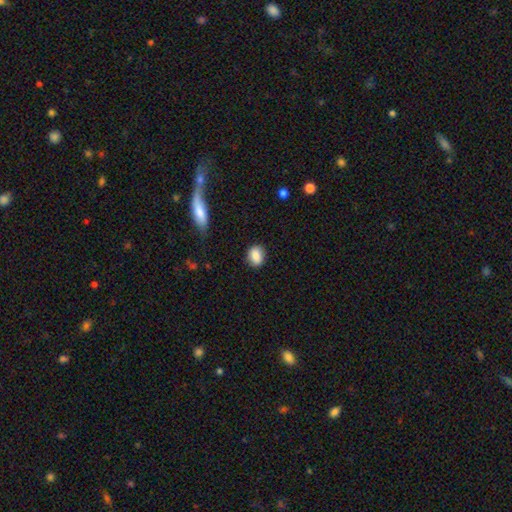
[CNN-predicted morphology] This is clearly a smooth galaxy (86%). How rounded: possibly in between (57%). Merging: clearly none (84%).